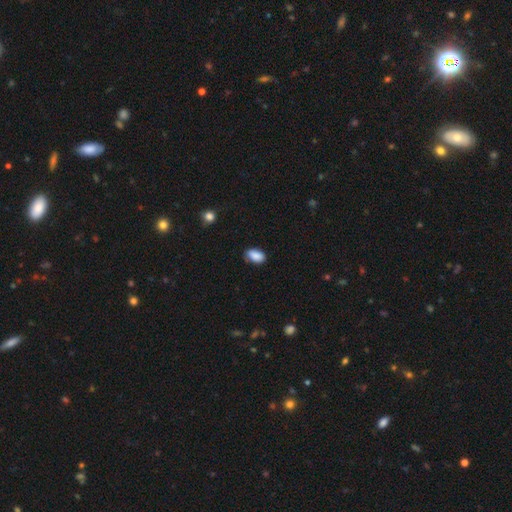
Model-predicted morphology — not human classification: type=smooth (88%); roundness=in between (91%); merging=none (75%).